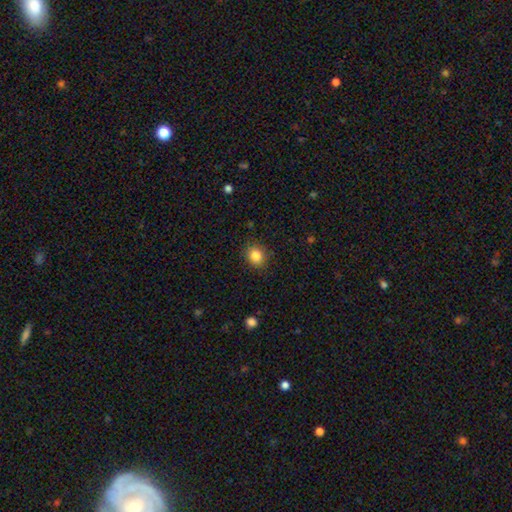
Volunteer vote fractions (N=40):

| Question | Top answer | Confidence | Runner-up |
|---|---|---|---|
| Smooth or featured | smooth | 82% | star or artifact (10%) |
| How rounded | round | 64% | in between (36%) |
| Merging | none | 72% | minor disturbance (19%) |